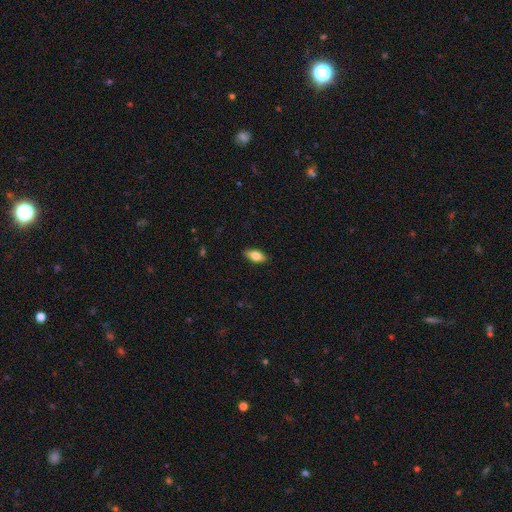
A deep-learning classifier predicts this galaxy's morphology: The model was most divided on "smooth or featured": smooth: 78%, featured or disk: 15%, star or artifact: 7%. More confident: merging — none (87%); how rounded — in between (86%).